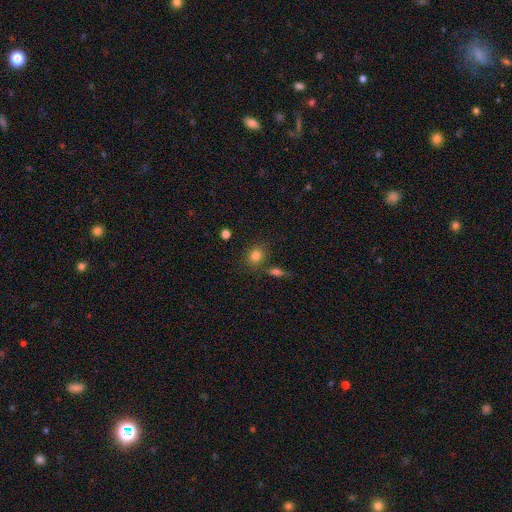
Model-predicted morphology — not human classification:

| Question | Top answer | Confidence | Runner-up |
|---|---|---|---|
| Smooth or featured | smooth | 82% | star or artifact (11%) |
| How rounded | round | 57% | in between (41%) |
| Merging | none | 73% | minor disturbance (12%) |